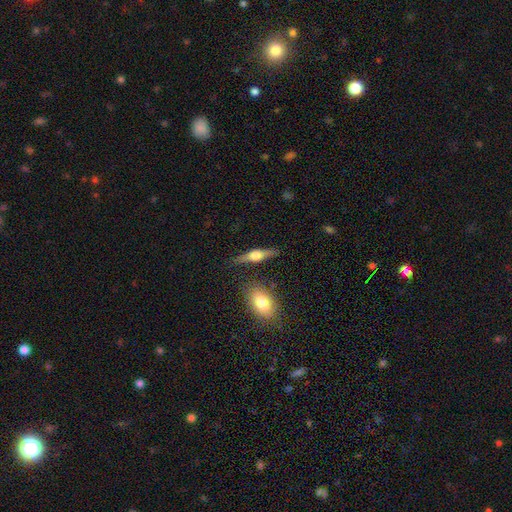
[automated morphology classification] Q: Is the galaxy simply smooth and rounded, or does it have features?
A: featured or disk — 62%.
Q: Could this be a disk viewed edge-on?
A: yes — 94%.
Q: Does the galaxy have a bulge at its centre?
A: rounded — 93%.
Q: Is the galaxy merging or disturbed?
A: none — 82%.